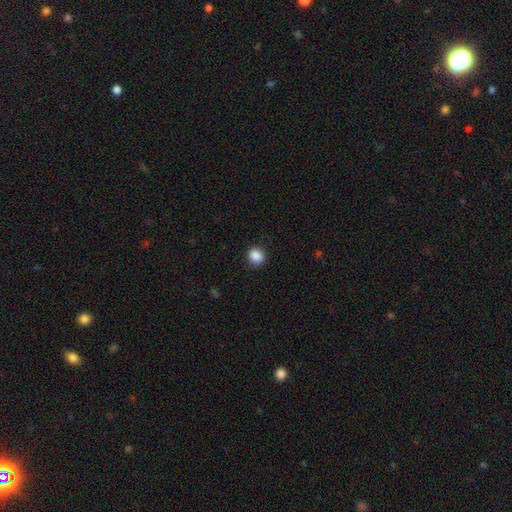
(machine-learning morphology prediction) A smooth galaxy with no disk features (88%) that is round (71%). Merging: none (86%).